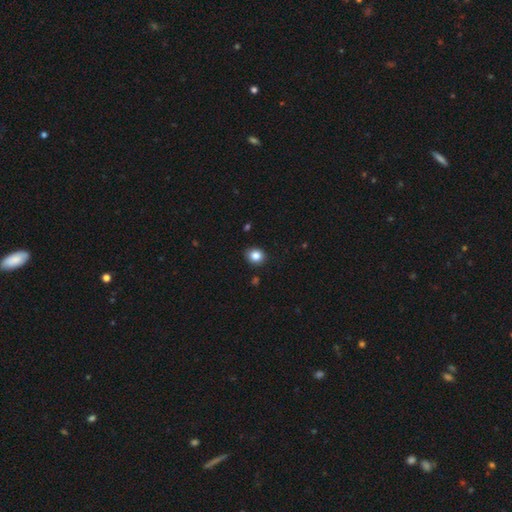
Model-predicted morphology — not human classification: The model was most divided on "how rounded": round: 67%, in between: 32%, cigar-shaped: 1%. More confident: merging — none (89%); smooth or featured — smooth (84%).